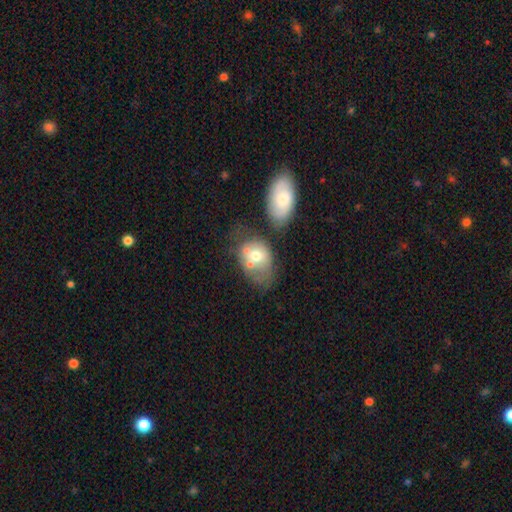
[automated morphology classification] The model was most divided on "merging": merger: 40%, none: 26%, minor disturbance: 18%, major disturbance: 16%. More confident: how rounded — in between (63%); smooth or featured — smooth (59%).